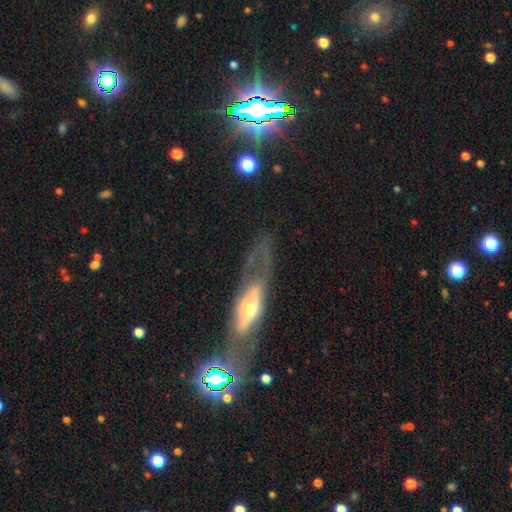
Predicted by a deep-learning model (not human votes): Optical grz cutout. It shows a featured or disk galaxy (62%). Merging: none (61%).